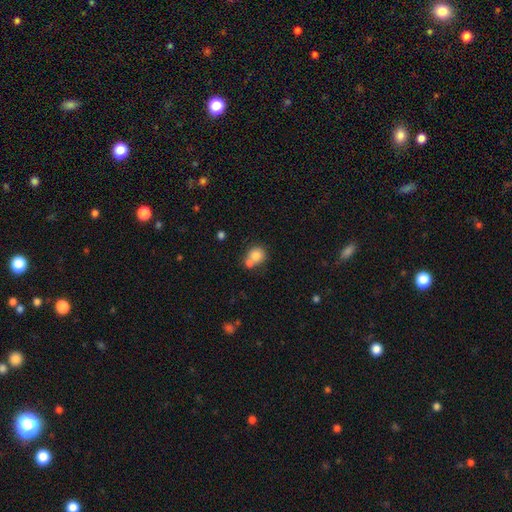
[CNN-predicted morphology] smooth_or_featured: smooth (p=0.80) [alt: featured or disk p=0.11]
how_rounded: round (p=0.79) [alt: in between p=0.20]
merging: merger (p=0.44) [alt: none p=0.43]